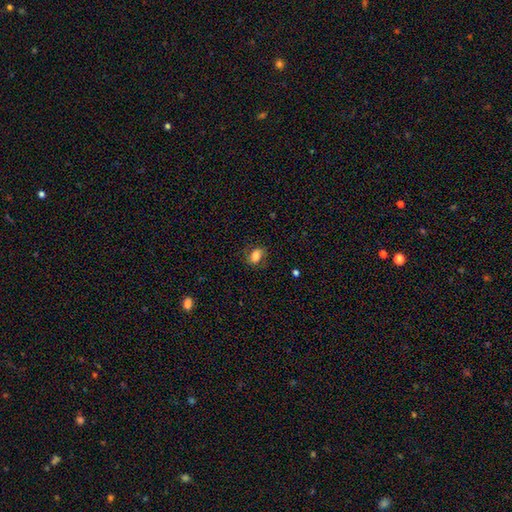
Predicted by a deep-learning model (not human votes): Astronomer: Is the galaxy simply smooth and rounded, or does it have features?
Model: smooth — 73%.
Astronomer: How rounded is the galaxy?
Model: in between — 79%.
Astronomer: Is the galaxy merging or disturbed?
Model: none — 74%.